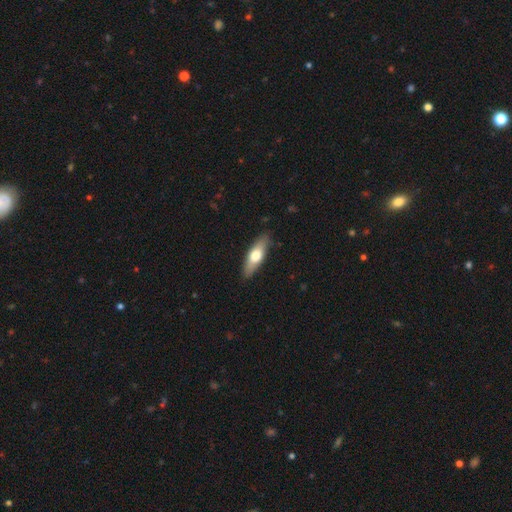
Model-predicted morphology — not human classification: smooth-or-featured: smooth: 57% | featured or disk: 38% | star or artifact: 5%
  how-rounded: in between: 51% | cigar-shaped: 46% | round: 3%
  merging: none: 86% | minor disturbance: 11% | major disturbance: 2% | merger: 1%